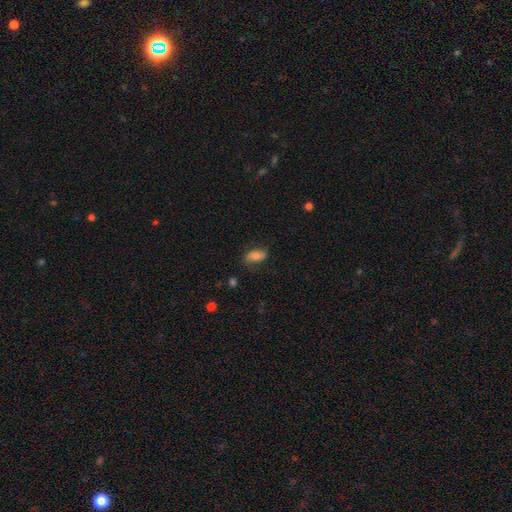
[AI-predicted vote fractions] Q: Smooth or featured?
A: smooth (69%); runner-up: featured or disk (23%)
Q: How rounded?
A: in between (89%); runner-up: round (6%)
Q: Merging?
A: none (69%); runner-up: minor disturbance (22%)